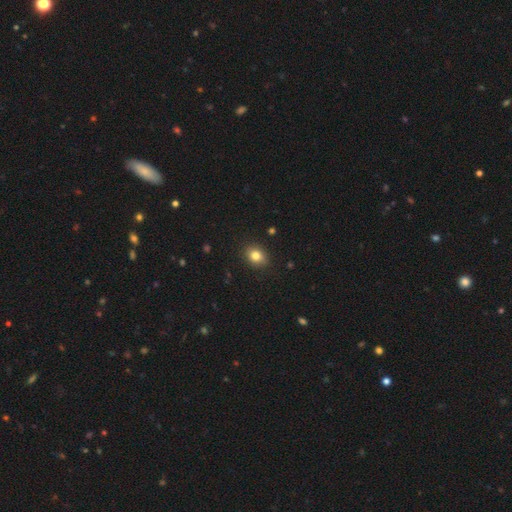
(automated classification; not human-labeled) This is clearly a smooth galaxy (82%). How rounded: possibly in between (50%). Merging: clearly none (88%).